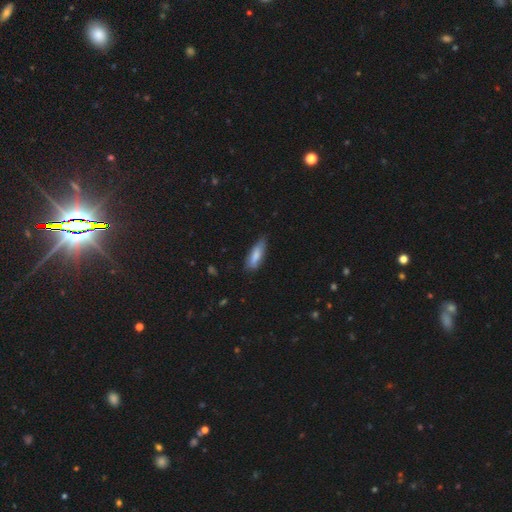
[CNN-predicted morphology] A smooth galaxy with no disk features (78%) that is cigar-shaped (50%).

Vote fractions:
- Smooth or featured? smooth: 78% / featured or disk: 15% / star or artifact: 6%
- How rounded? cigar-shaped: 50% / in between: 48% / round: 2%
- Merging? none: 67% / minor disturbance: 27% / major disturbance: 5% / merger: 2%